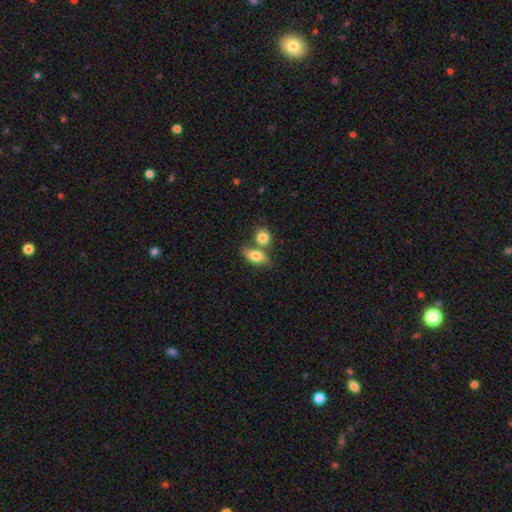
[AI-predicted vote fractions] Overall: smooth (76%). How rounded: in between (77%). Merging: none (45%; merger 39%).